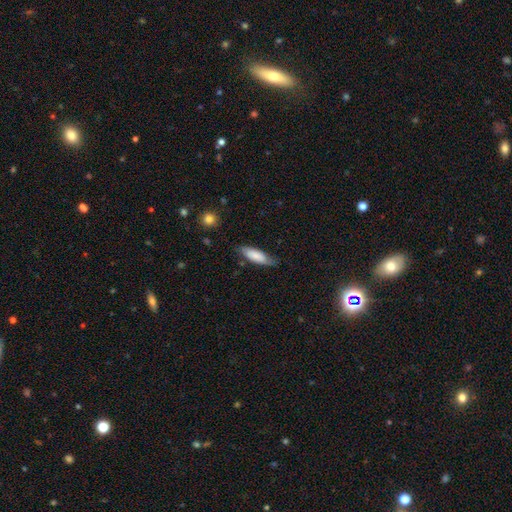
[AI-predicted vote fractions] Smooth or featured: smooth — 75% (featured or disk — 19%)
How rounded: in between — 57% (cigar-shaped — 41%)
Merging: none — 70% (minor disturbance — 23%)